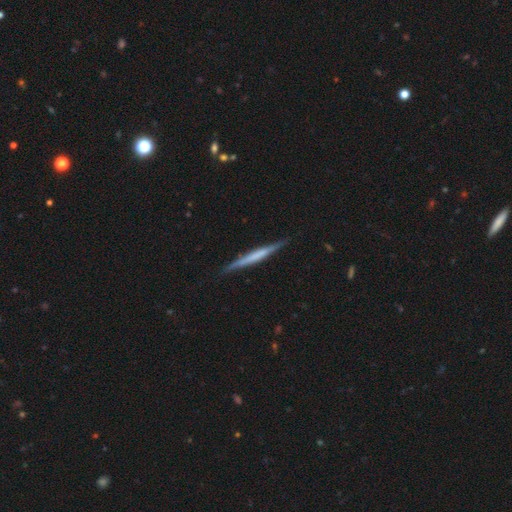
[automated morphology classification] The model was most divided on "smooth or featured": featured or disk: 60%, smooth: 35%, star or artifact: 5%. More confident: edge-on disk — yes (97%); merging — none (87%); edge-on bulge — none (65%).